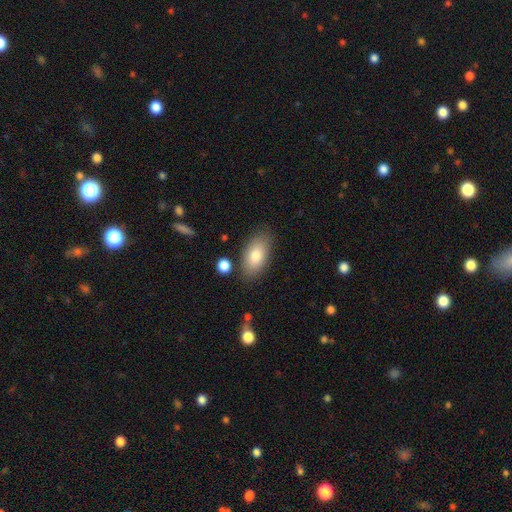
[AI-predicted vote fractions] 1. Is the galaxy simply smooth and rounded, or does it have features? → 79% smooth, 14% featured or disk, 7% star or artifact.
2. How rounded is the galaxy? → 92% in between, 5% round, 3% cigar-shaped.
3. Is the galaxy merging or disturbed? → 80% none, 13% minor disturbance, 4% merger, 3% major disturbance.